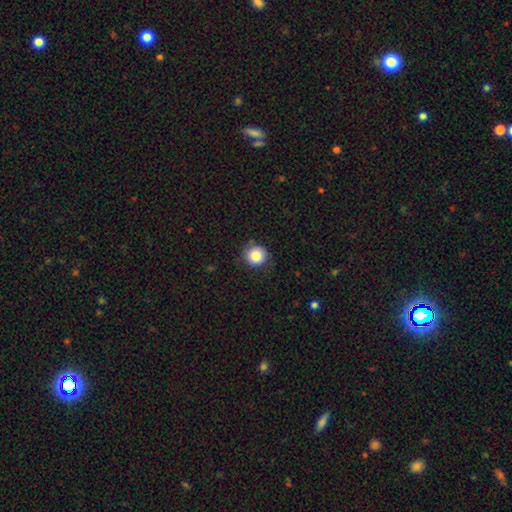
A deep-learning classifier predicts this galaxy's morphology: Smooth or featured? Predicted: smooth (p=0.85). How rounded? Predicted: round (p=0.93). Merging? Predicted: none (p=0.81).